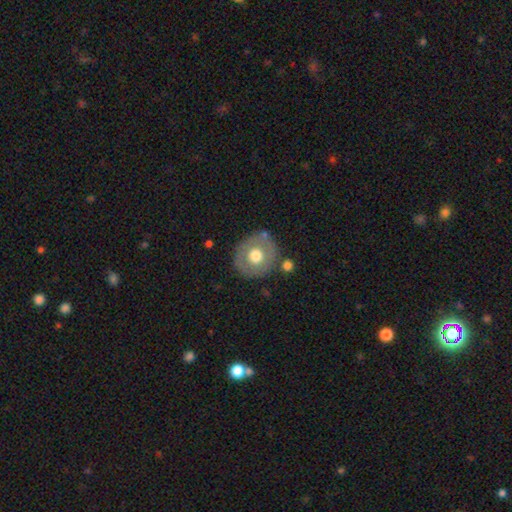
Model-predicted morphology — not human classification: A smooth galaxy with no disk features (57%) that is round (84%). Merging: none (78%).